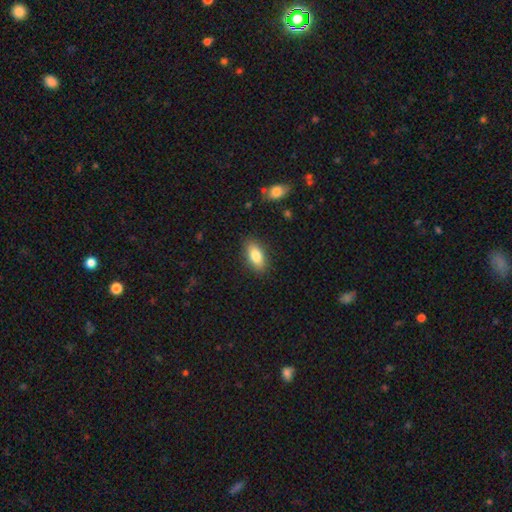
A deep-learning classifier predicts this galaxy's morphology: A smooth galaxy with no disk features (83%) that is in between round and cigar-shaped (87%).

Vote fractions:
- Smooth or featured? smooth: 83% / featured or disk: 10% / star or artifact: 7%
- How rounded? in between: 87% / cigar-shaped: 10% / round: 3%
- Merging? none: 86% / minor disturbance: 10% / major disturbance: 2% / merger: 1%